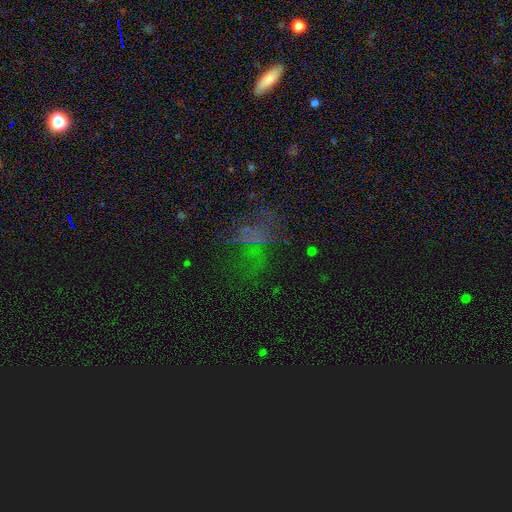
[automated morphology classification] A star or artifact, not a galaxy (44%).

Vote fractions:
- Smooth or featured? star or artifact: 44% / smooth: 30% / featured or disk: 26%